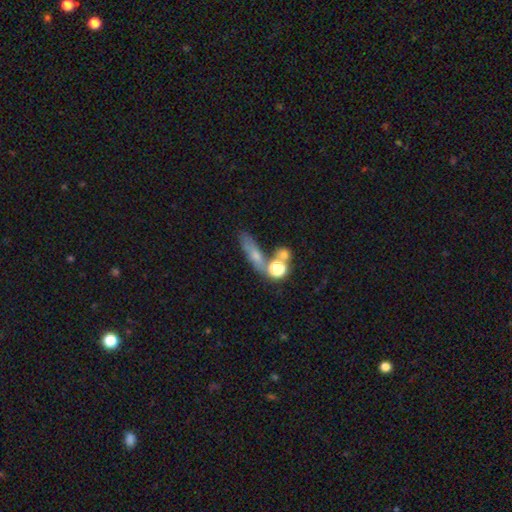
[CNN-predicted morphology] A smooth galaxy with no disk features (55%) that is cigar-shaped (48%). Merging: none (48%).